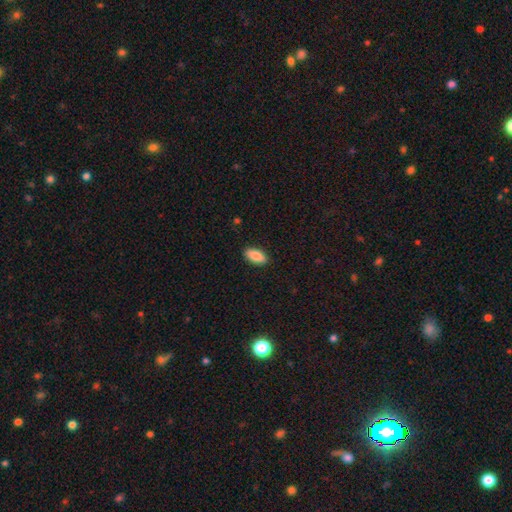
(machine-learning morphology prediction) This appears to be a smooth galaxy with no disk features (87%) that is in between round and cigar-shaped (92%). Merging: none (90%).